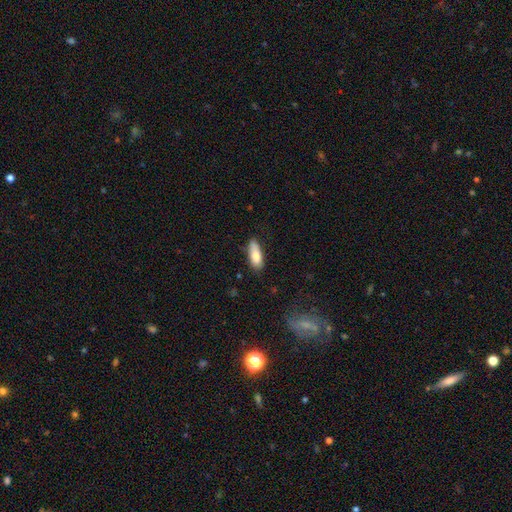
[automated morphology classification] Overall: smooth (80%). How rounded: in between (71%). Merging: none (76%).